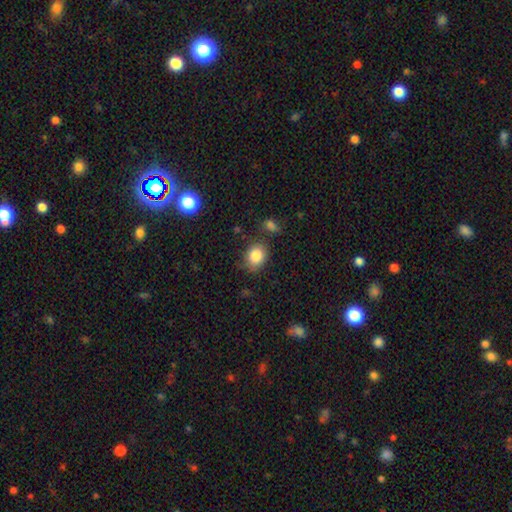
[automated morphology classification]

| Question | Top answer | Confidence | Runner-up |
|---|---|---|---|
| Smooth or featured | smooth | 86% | star or artifact (9%) |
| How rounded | round | 54% | in between (45%) |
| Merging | none | 73% | minor disturbance (17%) |